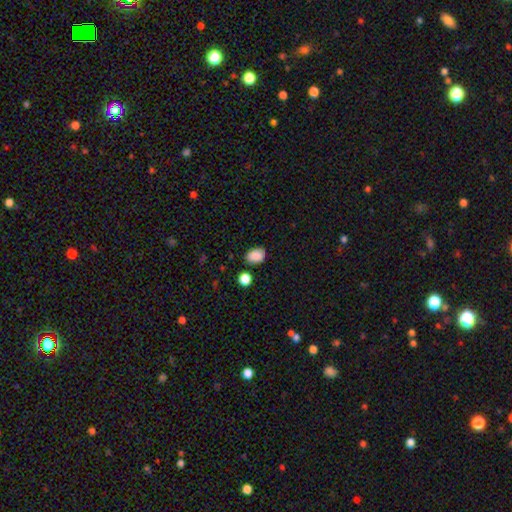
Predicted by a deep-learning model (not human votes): smooth_or_featured: smooth (p=0.87) [alt: star or artifact p=0.09]
how_rounded: in between (p=0.73) [alt: round p=0.26]
merging: none (p=0.78) [alt: minor disturbance p=0.14]